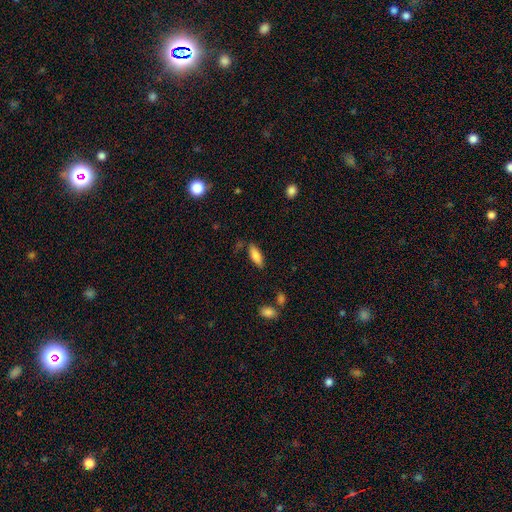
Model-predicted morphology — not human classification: Smooth or featured: smooth — 81% (featured or disk — 13%)
How rounded: in between — 63% (cigar-shaped — 35%)
Merging: none — 79% (minor disturbance — 14%)